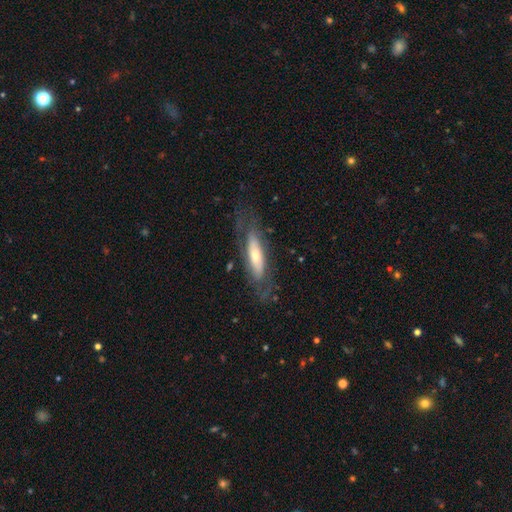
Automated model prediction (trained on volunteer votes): smooth_or_featured: featured or disk (p=0.59) [alt: smooth p=0.35]
disk_edge_on: no (p=0.64) [alt: yes p=0.36]
merging: none (p=0.67) [alt: minor disturbance p=0.19]